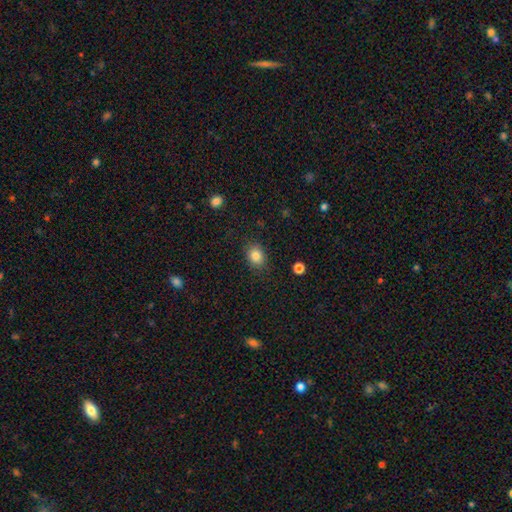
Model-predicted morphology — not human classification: Smooth or featured: smooth — 84% (star or artifact — 10%)
How rounded: in between — 50% (round — 49%)
Merging: none — 84% (minor disturbance — 11%)